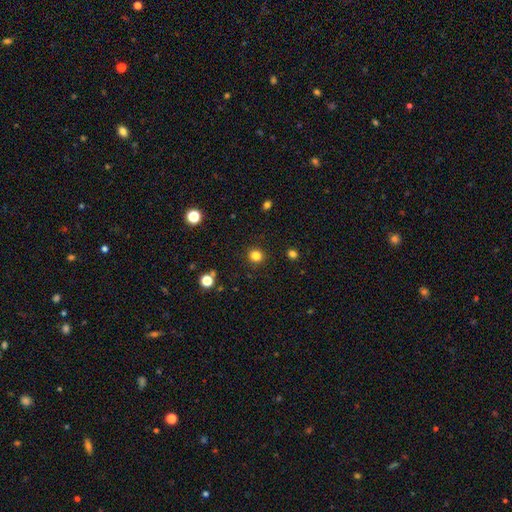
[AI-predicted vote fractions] Morphology: type=smooth (81%); roundness=round (91%); merging=none (91%).